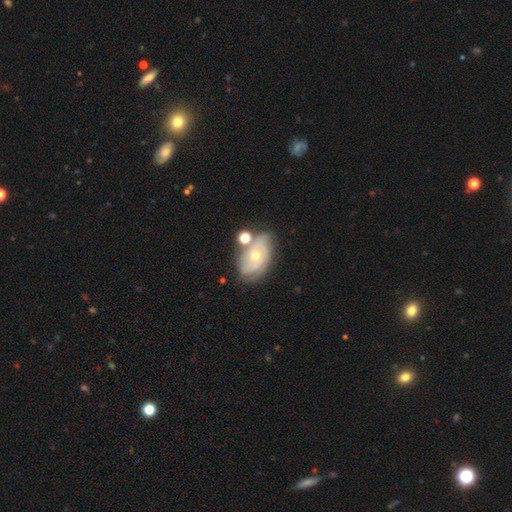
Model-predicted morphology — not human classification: This appears to be a featured or disk galaxy (67%) with no bar (77%), 2 (38%) tight (51%) spiral arms (80%) and a moderate central bulge (52%). Merging: none (56%).